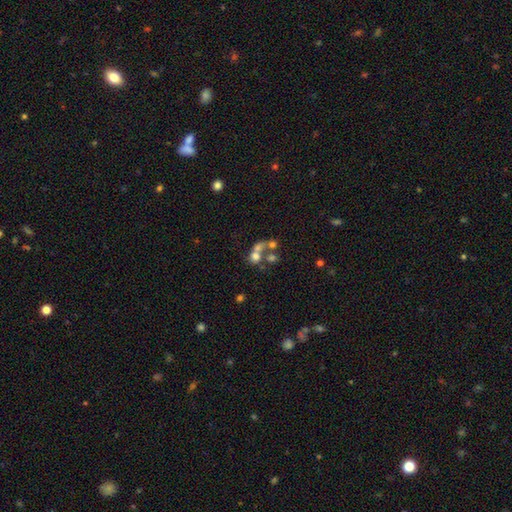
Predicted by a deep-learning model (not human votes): A smooth galaxy with no disk features (56%) that is round (72%).

Vote fractions:
- Smooth or featured? smooth: 56% / featured or disk: 26% / star or artifact: 17%
- How rounded? round: 72% / in between: 27% / cigar-shaped: 2%
- Merging? merger: 56% / none: 27% / major disturbance: 10% / minor disturbance: 7%